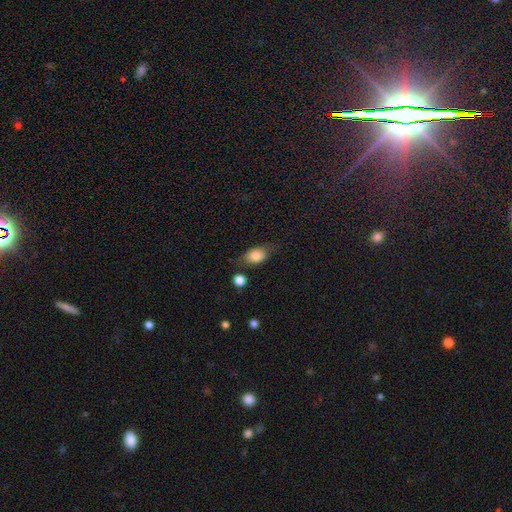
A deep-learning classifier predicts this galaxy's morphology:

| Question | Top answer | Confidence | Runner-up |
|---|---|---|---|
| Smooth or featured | smooth | 78% | featured or disk (13%) |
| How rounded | in between | 78% | round (19%) |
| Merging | none | 67% | minor disturbance (21%) |